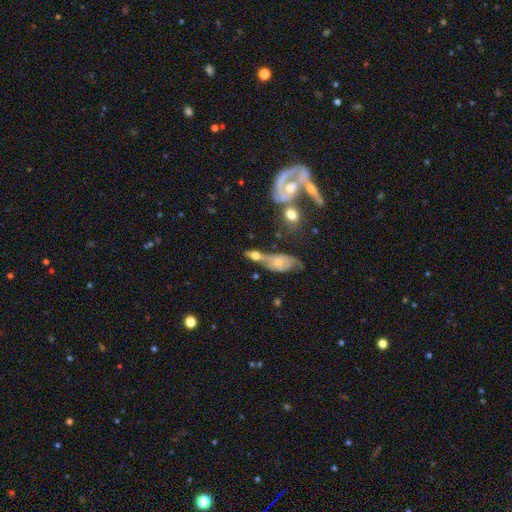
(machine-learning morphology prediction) Smooth or featured? Predicted: smooth (p=0.48). Merging? Predicted: merger (p=0.52).